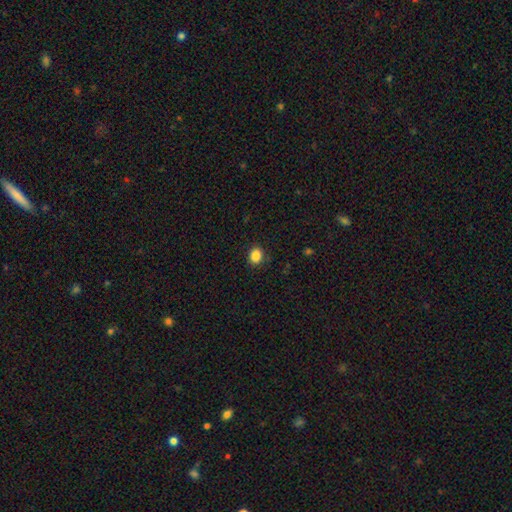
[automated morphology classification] type=smooth (87%); roundness=round (55%); merging=none (87%).